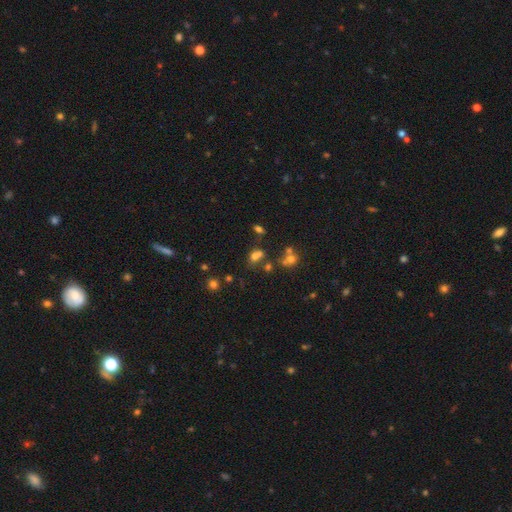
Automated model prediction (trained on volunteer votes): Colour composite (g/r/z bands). It shows a smooth galaxy with no disk features (61%) that is in between round and cigar-shaped (67%). Merging: none (44%).